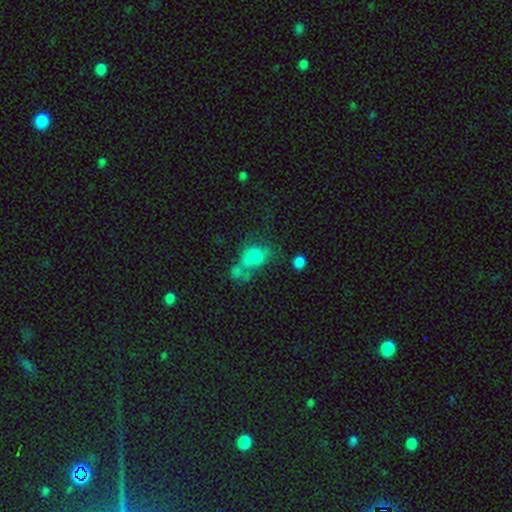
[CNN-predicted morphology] Smooth or featured: smooth — 63% (featured or disk — 23%)
How rounded: in between — 49% (tied with round — 49%)
Merging: merger — 46% (none — 23%)